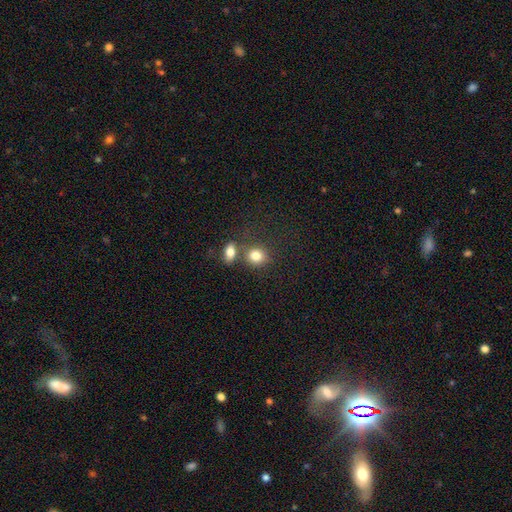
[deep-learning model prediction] A smooth galaxy with no disk features (82%) that is round (67%). Merging: none (57%).